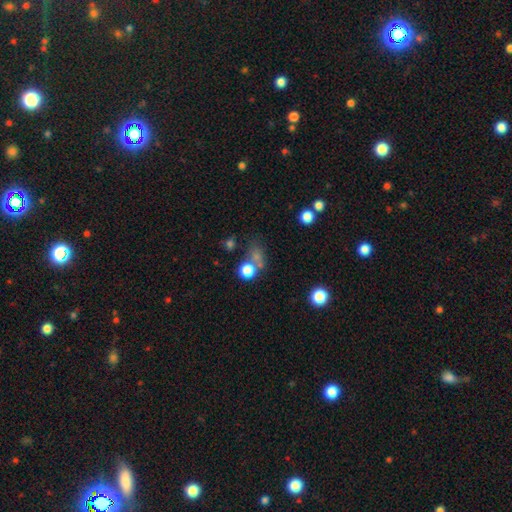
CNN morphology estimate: This is possibly a smooth galaxy (58%). How rounded: likely round (65%). Merging: possibly none (54%).